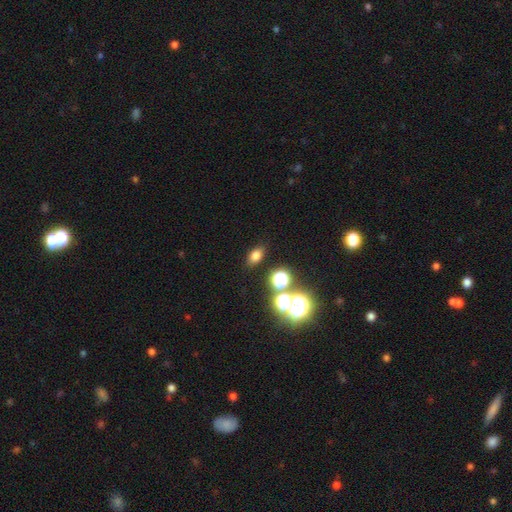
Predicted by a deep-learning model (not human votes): smooth 70%, star or artifact 21%, featured or disk 9%. Down the decision tree: how rounded — in between (78%); merging — none (84%).